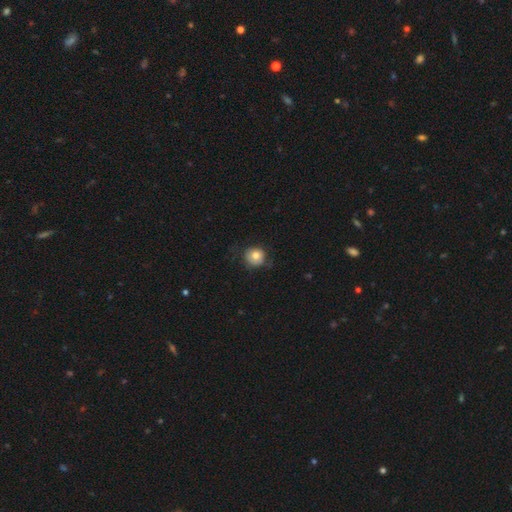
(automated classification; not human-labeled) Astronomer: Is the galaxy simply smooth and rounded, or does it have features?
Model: smooth — 77%.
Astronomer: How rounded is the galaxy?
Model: round — 91%.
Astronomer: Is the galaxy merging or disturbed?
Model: none — 70%.